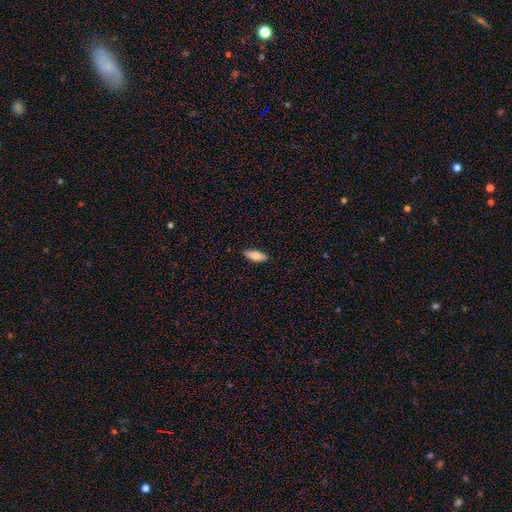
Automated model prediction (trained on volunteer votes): The model was most divided on "how rounded": in between: 64%, cigar-shaped: 34%, round: 2%. More confident: merging — none (89%); smooth or featured — smooth (77%).